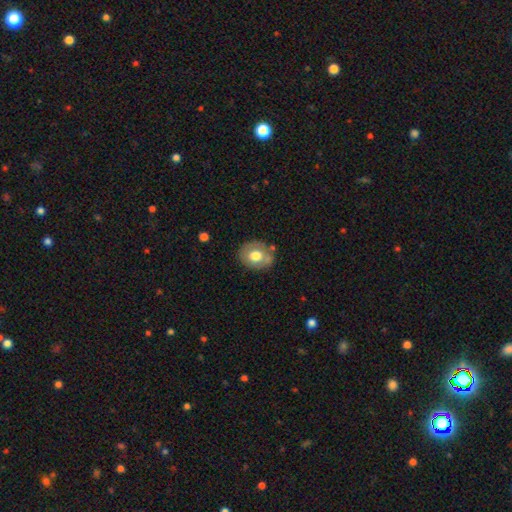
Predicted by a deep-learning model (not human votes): smooth-or-featured: smooth: 63% | featured or disk: 29% | star or artifact: 7%
  how-rounded: round: 53% | in between: 46% | cigar-shaped: 1%
  merging: none: 76% | minor disturbance: 16% | major disturbance: 4% | merger: 4%